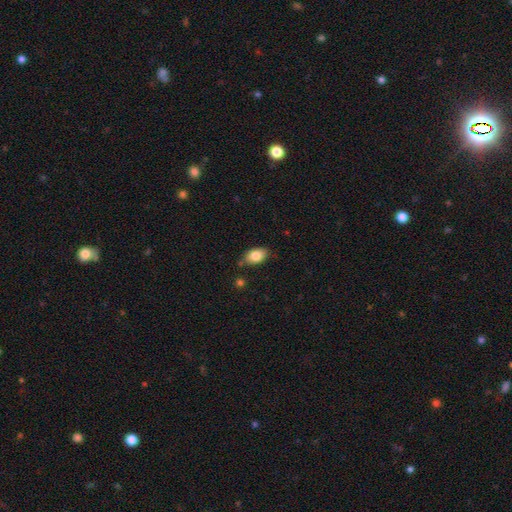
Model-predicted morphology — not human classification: Smooth or featured? smooth (84%)
How rounded? in between (89%)
Merging? none (78%)